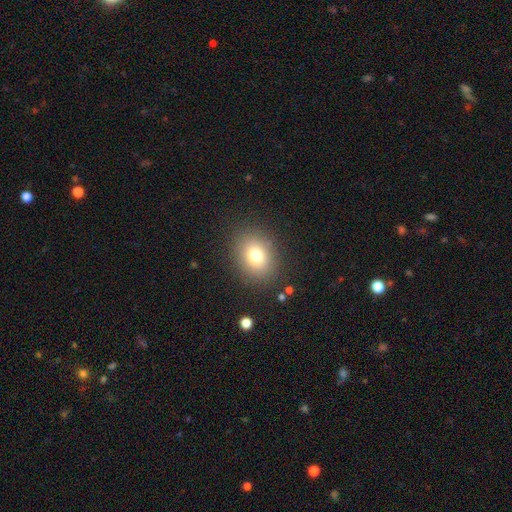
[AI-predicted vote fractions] Smooth or featured?
  - smooth: 76% *
  - star or artifact: 13%
  - featured or disk: 11%
How rounded?
  - in between: 50% *
  - round: 49%
  - cigar-shaped: 1%
Merging?
  - none: 86% *
  - minor disturbance: 9%
  - major disturbance: 4%
  - merger: 1%